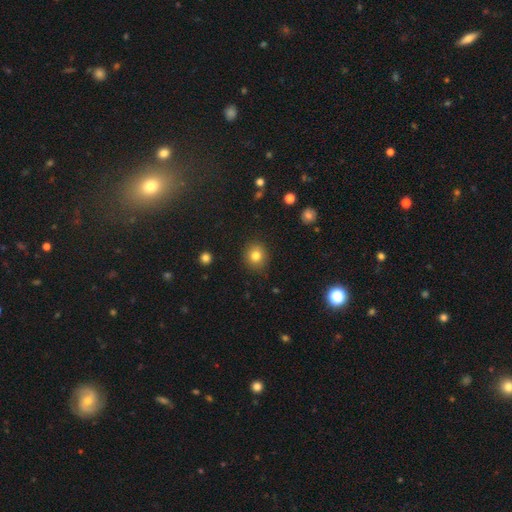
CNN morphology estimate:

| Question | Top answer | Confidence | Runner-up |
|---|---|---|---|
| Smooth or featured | smooth | 80% | star or artifact (12%) |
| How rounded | round | 87% | in between (12%) |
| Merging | none | 88% | minor disturbance (8%) |